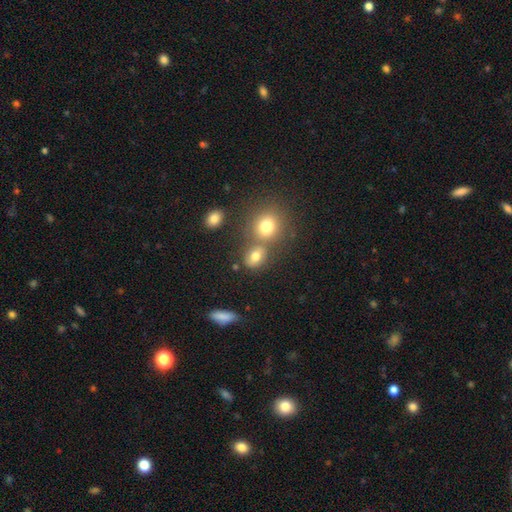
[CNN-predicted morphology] smooth_or_featured: smooth (p=0.63) [alt: star or artifact p=0.24]
how_rounded: round (p=0.76) [alt: in between p=0.22]
merging: none (p=0.55) [alt: merger p=0.34]